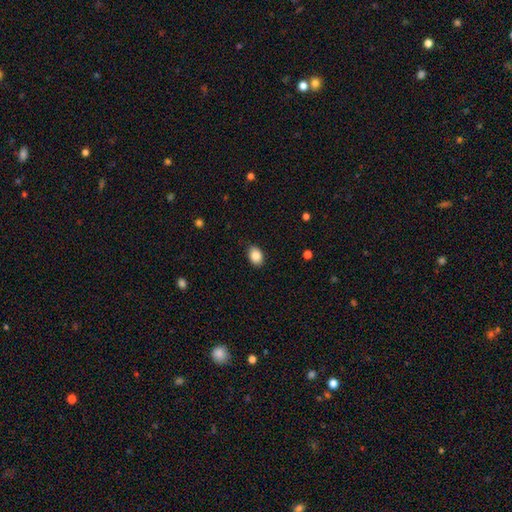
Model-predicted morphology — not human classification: type=smooth (88%); roundness=in between (77%); merging=none (84%).